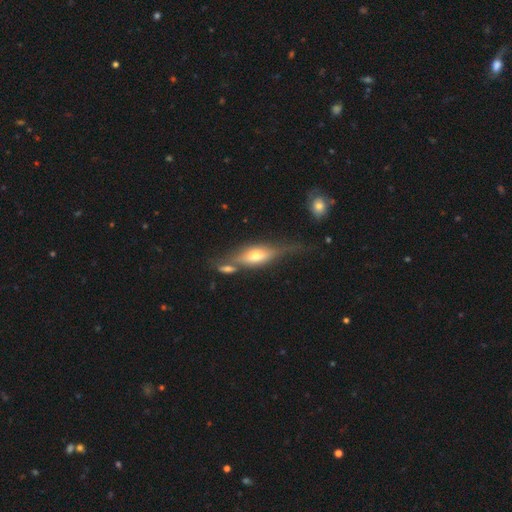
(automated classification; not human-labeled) The model was most divided on "smooth or featured": featured or disk: 60%, smooth: 32%, star or artifact: 8%. More confident: edge-on bulge — rounded (87%); edge-on disk — yes (84%); merging — none (53%).